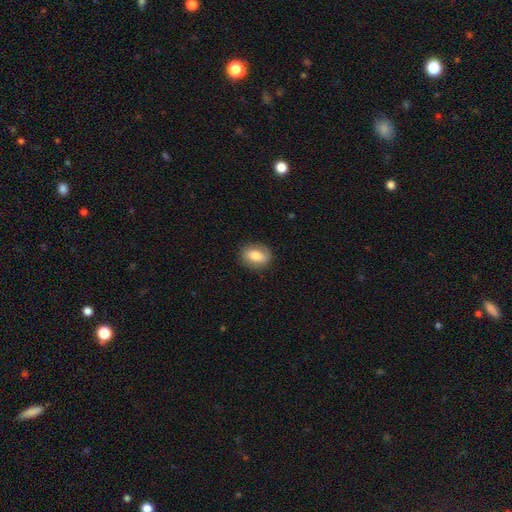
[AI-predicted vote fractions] This appears to be a smooth galaxy with no disk features (72%) that is in between round and cigar-shaped (68%). Merging: none (83%).